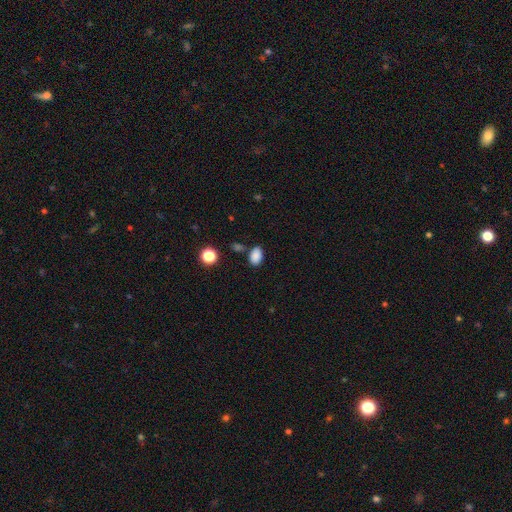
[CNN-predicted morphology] smooth 86%, star or artifact 10%, featured or disk 4%. Down the decision tree: how rounded — in between (87%); merging — none (76%).